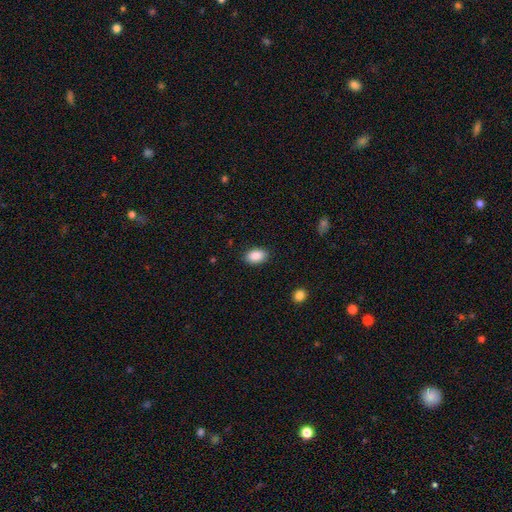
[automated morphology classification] Smooth or featured? smooth (88%)
How rounded? in between (89%)
Merging? none (88%)